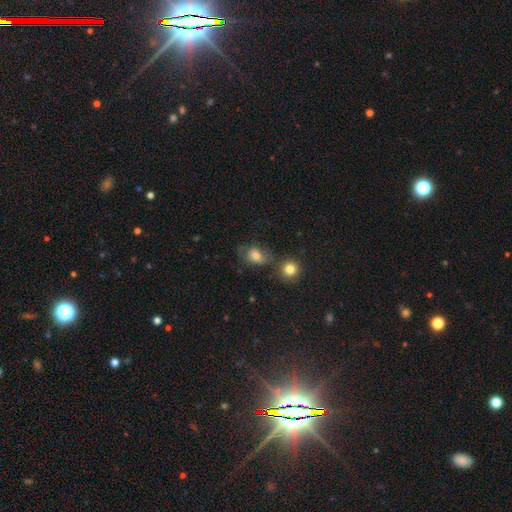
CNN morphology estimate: This appears to be a smooth galaxy with no disk features (72%) that is in between round and cigar-shaped (61%). Merging: none (49%).